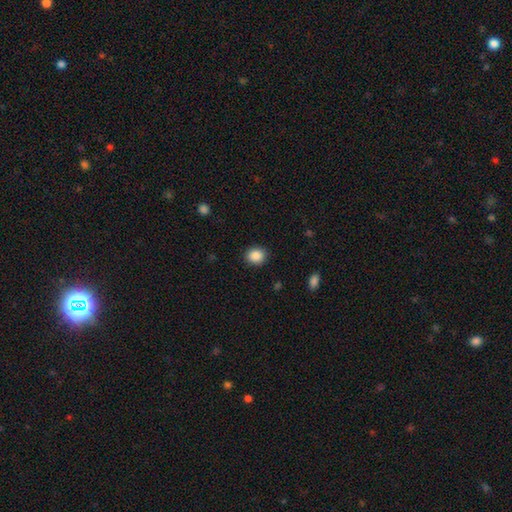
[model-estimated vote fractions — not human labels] smooth_or_featured: smooth (p=0.88) [alt: star or artifact p=0.09]
how_rounded: round (p=0.70) [alt: in between p=0.29]
merging: none (p=0.89) [alt: minor disturbance p=0.07]